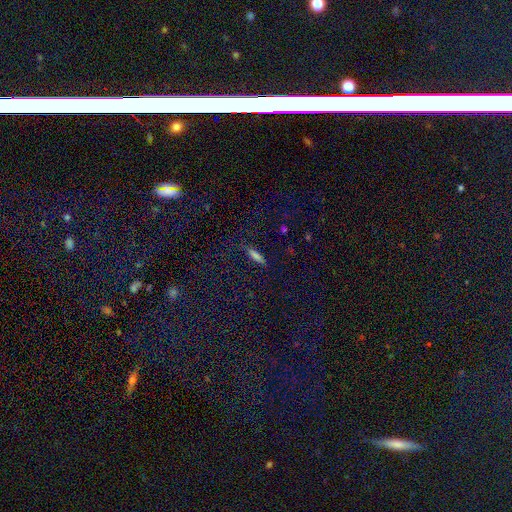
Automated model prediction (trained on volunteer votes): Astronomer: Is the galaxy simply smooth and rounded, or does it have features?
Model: smooth — 73%.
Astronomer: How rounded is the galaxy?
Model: cigar-shaped — 69%.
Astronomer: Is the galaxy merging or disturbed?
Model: none — 84%.